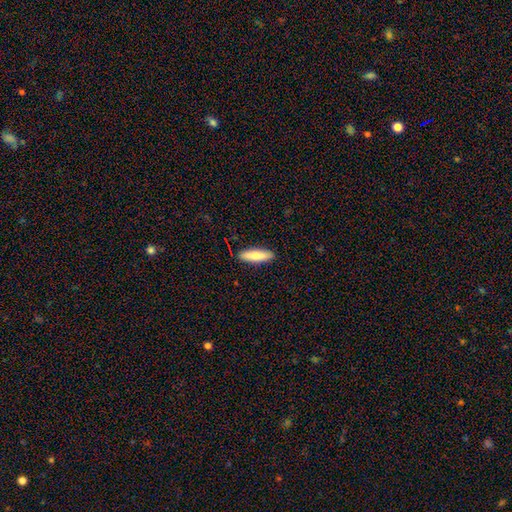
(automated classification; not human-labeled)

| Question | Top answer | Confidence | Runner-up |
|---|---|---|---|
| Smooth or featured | smooth | 79% | featured or disk (15%) |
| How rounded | cigar-shaped | 65% | in between (34%) |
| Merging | none | 90% | minor disturbance (7%) |